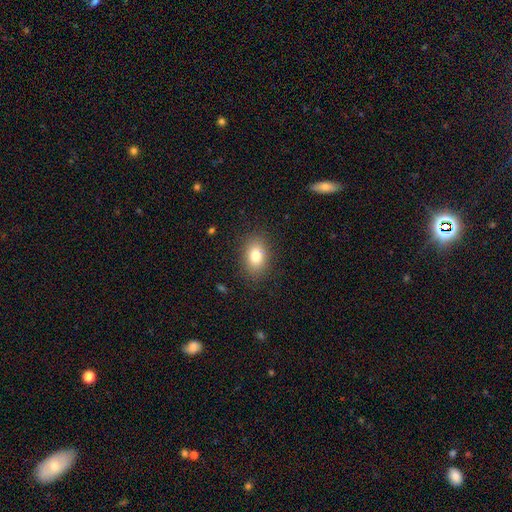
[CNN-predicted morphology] Overall: smooth (80%). How rounded: in between (77%). Merging: none (86%).